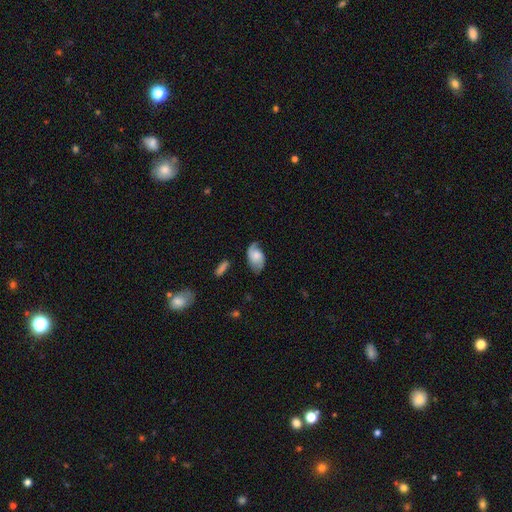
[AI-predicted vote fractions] Smooth or featured? Predicted: featured or disk (p=0.49). Merging? Predicted: none (p=0.62).